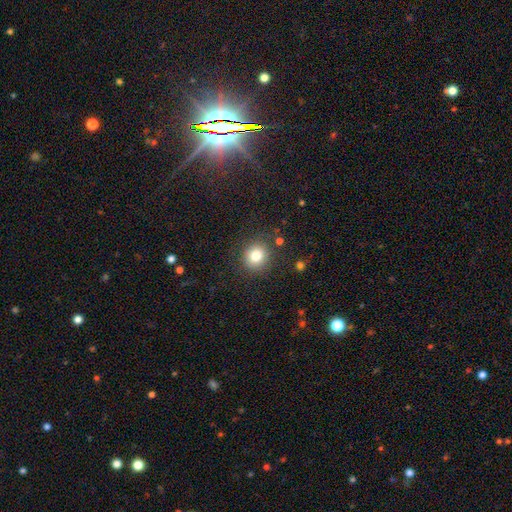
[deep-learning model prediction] smooth_or_featured: smooth (p=0.80) [alt: star or artifact p=0.12]
how_rounded: round (p=0.85) [alt: in between p=0.14]
merging: none (p=0.86) [alt: minor disturbance p=0.08]